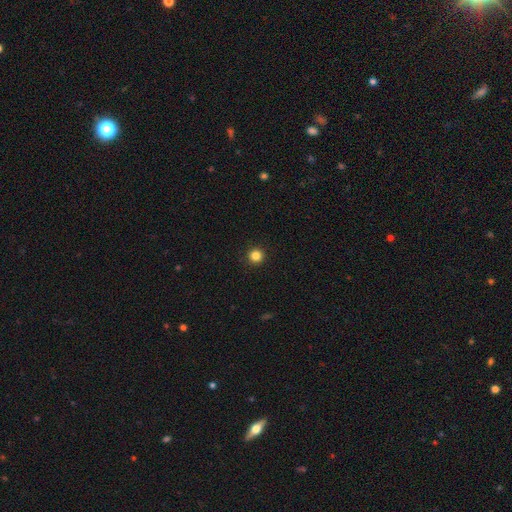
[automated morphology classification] smooth-or-featured: smooth: 84% | star or artifact: 12% | featured or disk: 4%
  how-rounded: round: 96% | in between: 3% | cigar-shaped: 1%
  merging: none: 93% | minor disturbance: 4% | major disturbance: 1% | merger: 1%